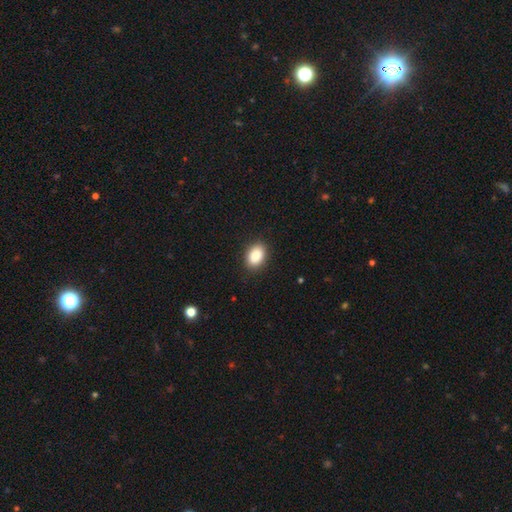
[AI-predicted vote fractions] smooth 89%, star or artifact 7%, featured or disk 4%. Down the decision tree: how rounded — in between (86%); merging — none (89%).